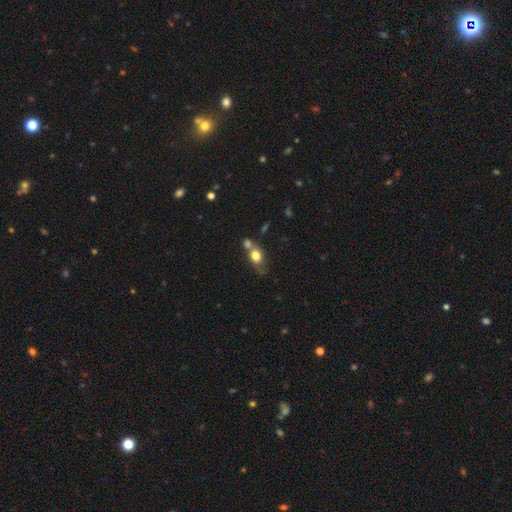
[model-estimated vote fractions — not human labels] A smooth galaxy with no disk features (77%) that is round (58%). Merging: none (39%, tied with merger).